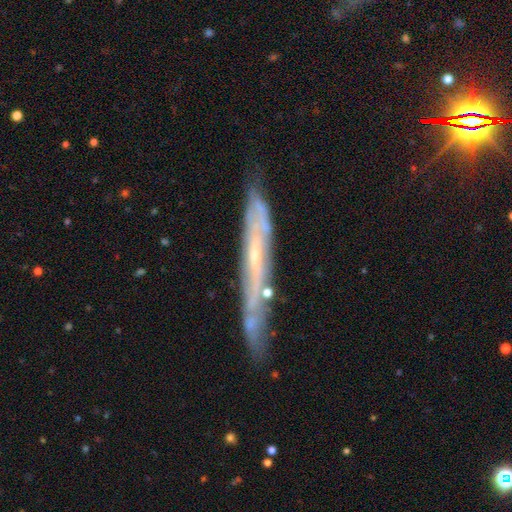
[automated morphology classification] Smooth or featured? Predicted: featured or disk (p=0.71). Edge-on disk? Predicted: yes (p=0.73). Edge-on bulge? Predicted: none (p=0.71). Merging? Predicted: none (p=0.69).